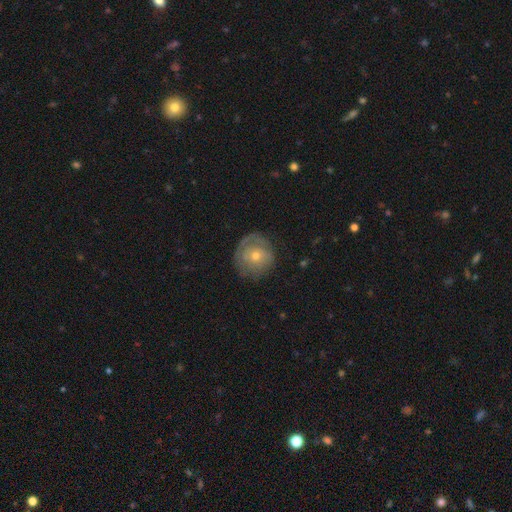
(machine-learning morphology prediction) type=featured or disk (53%); edge-on=no (96%); bar=no (84%); spiral arms=yes (64%); bulge=small (49%); merging=none (70%).